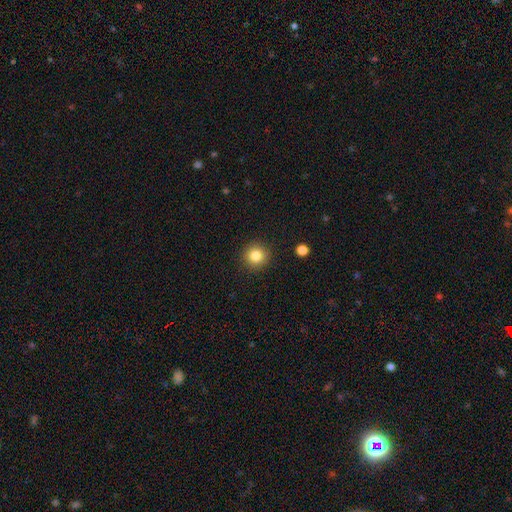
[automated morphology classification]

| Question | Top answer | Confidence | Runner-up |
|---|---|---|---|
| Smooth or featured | smooth | 83% | star or artifact (11%) |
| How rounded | round | 94% | in between (5%) |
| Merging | none | 91% | minor disturbance (6%) |